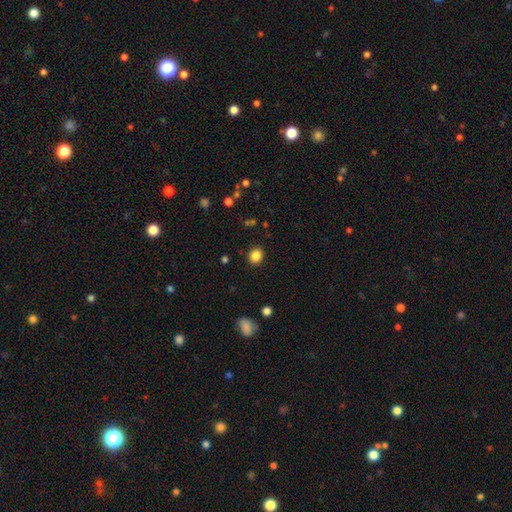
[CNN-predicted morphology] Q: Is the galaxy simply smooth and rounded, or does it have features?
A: smooth — 85%.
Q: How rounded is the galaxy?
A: round — 71%.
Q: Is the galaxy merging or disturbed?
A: none — 89%.